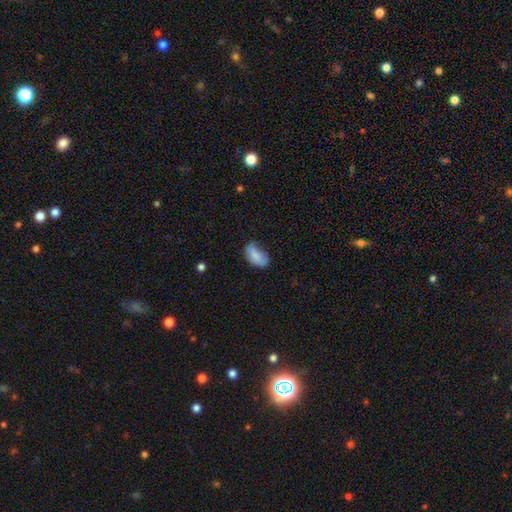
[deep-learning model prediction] This is clearly a smooth galaxy (80%). How rounded: clearly in between (92%). Merging: possibly none (49%).